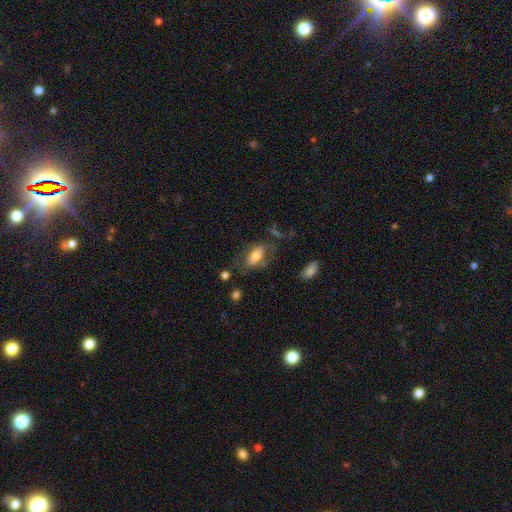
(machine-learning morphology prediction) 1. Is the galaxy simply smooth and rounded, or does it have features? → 59% smooth, 33% featured or disk, 8% star or artifact.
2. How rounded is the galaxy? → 89% in between, 6% round, 5% cigar-shaped.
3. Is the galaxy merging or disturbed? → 49% none, 25% major disturbance, 22% minor disturbance, 5% merger.